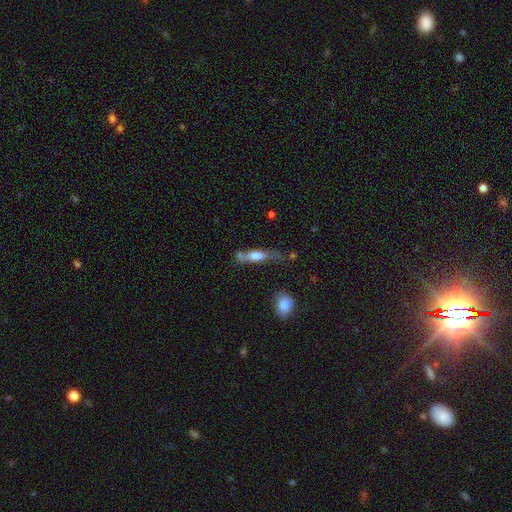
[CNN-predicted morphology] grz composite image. It shows a smooth galaxy with no disk features (56%) that is cigar-shaped (64%). Merging: none (45%).